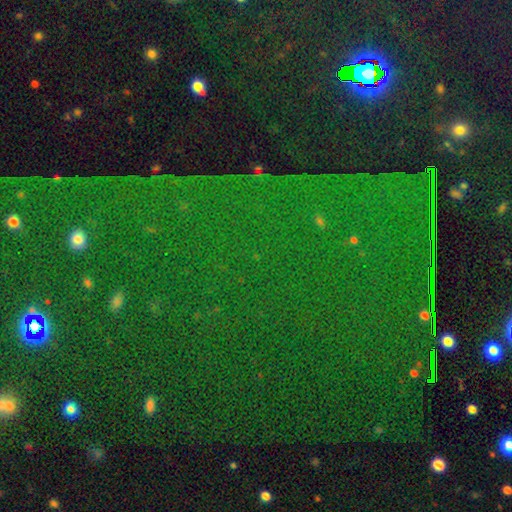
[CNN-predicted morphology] Smooth or featured?
  - star or artifact: 83% *
  - smooth: 9%
  - featured or disk: 8%